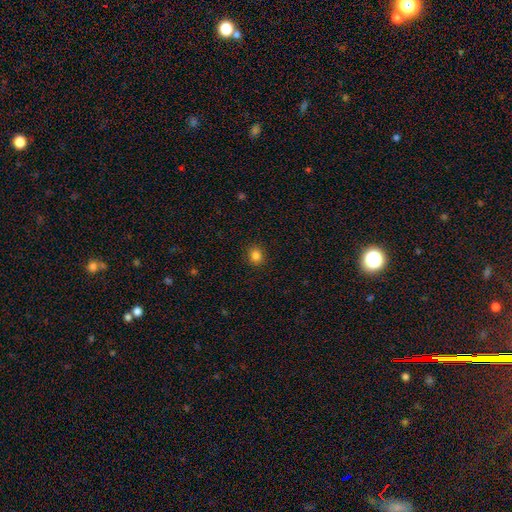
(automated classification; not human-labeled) Q: Smooth or featured?
A: smooth (84%); runner-up: star or artifact (12%)
Q: How rounded?
A: round (75%); runner-up: in between (24%)
Q: Merging?
A: none (90%); runner-up: minor disturbance (7%)